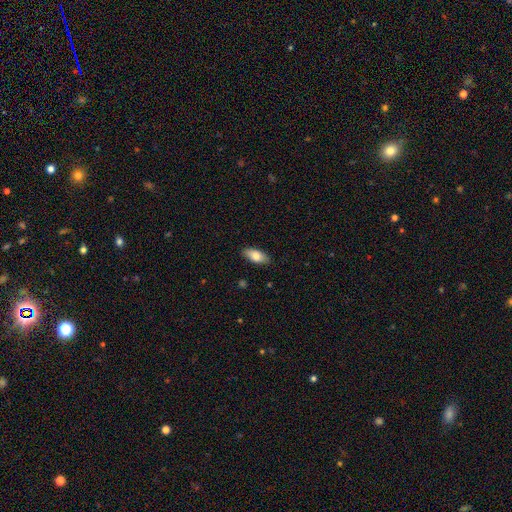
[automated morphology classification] Smooth or featured? Predicted: smooth (p=0.80). How rounded? Predicted: in between (p=0.84). Merging? Predicted: none (p=0.87).